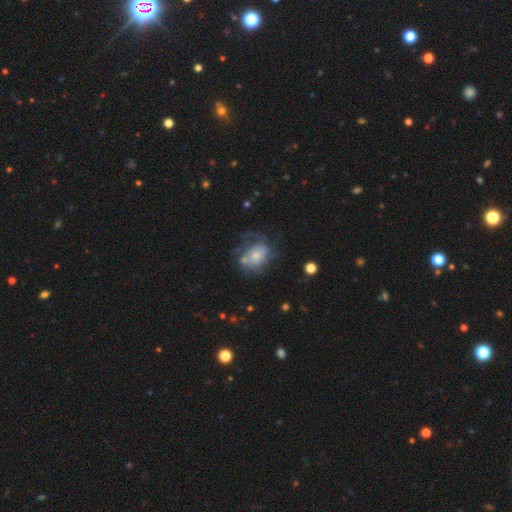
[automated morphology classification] Smooth or featured: featured or disk — 53% (smooth — 38%)
Edge-on disk: no — 97% (yes — 3%)
Bar: no — 79% (weak — 17%)
Spiral arms: yes — 53% (no — 47%)
Bulge size: small — 46% (moderate — 40%)
Merging: major disturbance — 35% (none — 33%)